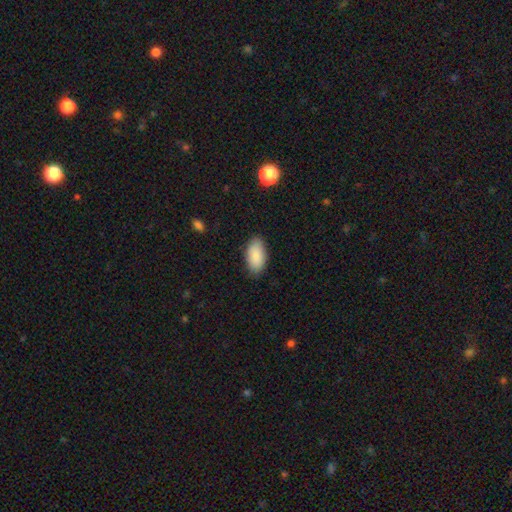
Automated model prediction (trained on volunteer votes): A smooth galaxy with no disk features (88%) that is in between round and cigar-shaped (95%).

Vote fractions:
- Smooth or featured? smooth: 88% / star or artifact: 6% / featured or disk: 6%
- How rounded? in between: 95% / round: 3% / cigar-shaped: 2%
- Merging? none: 85% / minor disturbance: 12% / major disturbance: 2% / merger: 1%